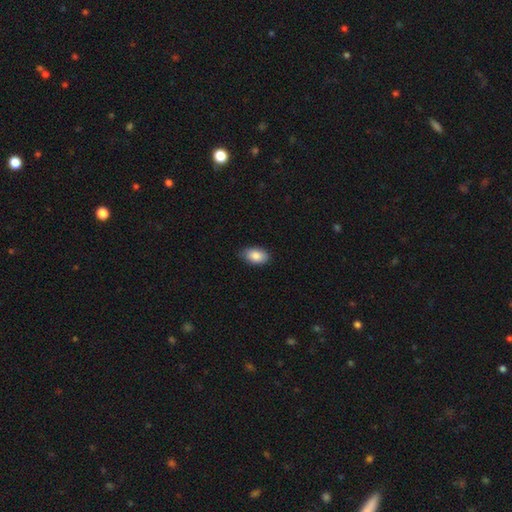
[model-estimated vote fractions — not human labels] Smooth or featured? smooth (86%)
How rounded? in between (92%)
Merging? none (84%)